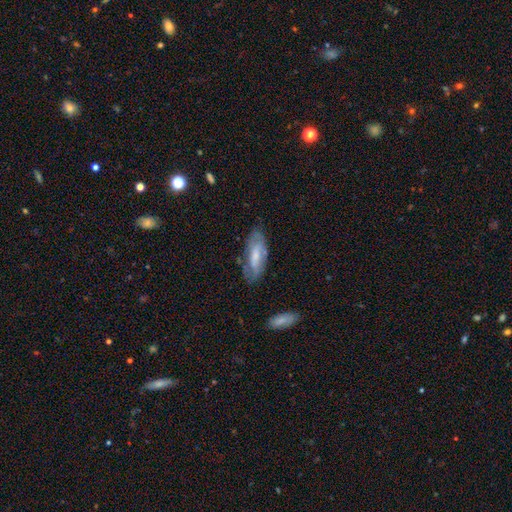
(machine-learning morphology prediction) Smooth or featured? featured or disk (47%, tied with smooth)
Merging? none (68%)